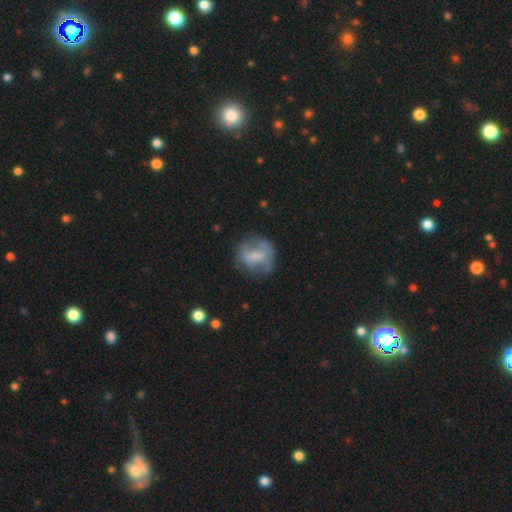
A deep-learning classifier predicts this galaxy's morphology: type=smooth (49%); merging=none (57%).